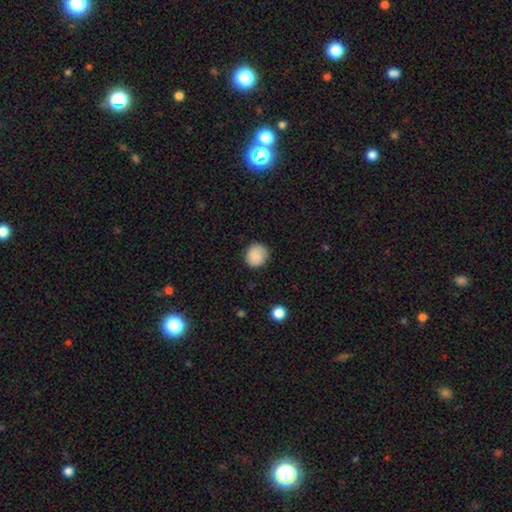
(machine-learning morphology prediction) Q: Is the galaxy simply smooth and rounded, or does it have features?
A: smooth — 88%.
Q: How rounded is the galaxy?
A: round — 86%.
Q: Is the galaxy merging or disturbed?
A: none — 86%.